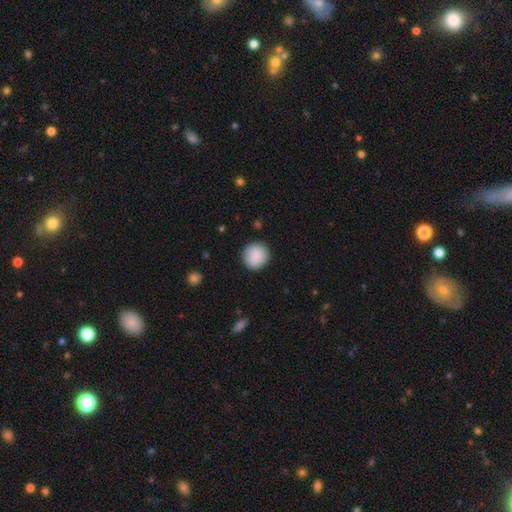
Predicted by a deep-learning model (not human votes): smooth 89%, star or artifact 7%, featured or disk 4%. Down the decision tree: how rounded — round (93%); merging — none (90%).